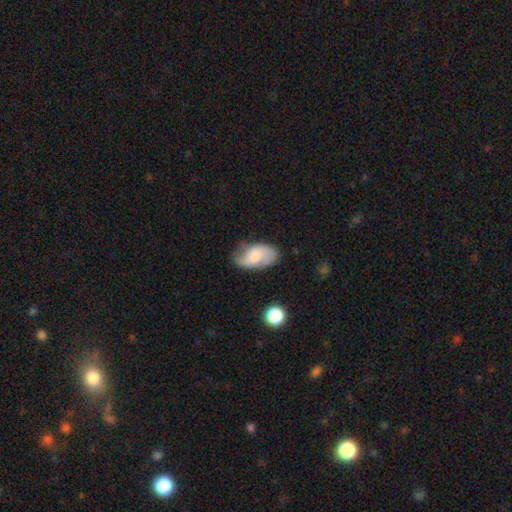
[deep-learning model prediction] smooth-or-featured: featured or disk: 49% | smooth: 43% | star or artifact: 8%
  merging: none: 62% | minor disturbance: 25% | major disturbance: 10% | merger: 2%